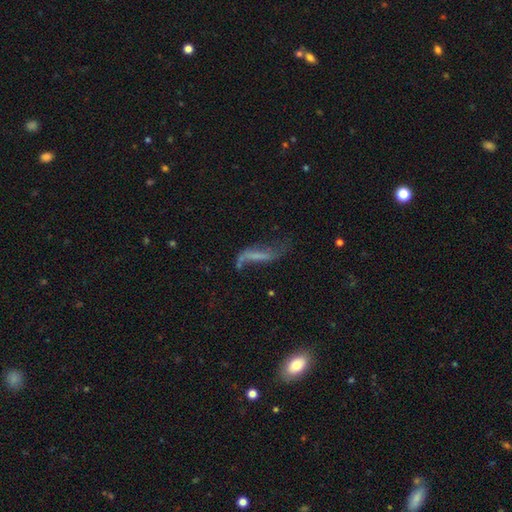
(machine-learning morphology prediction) Smooth or featured? featured or disk (53%)
Edge-on disk? no (79%)
Merging? major disturbance (34%, tied with none)